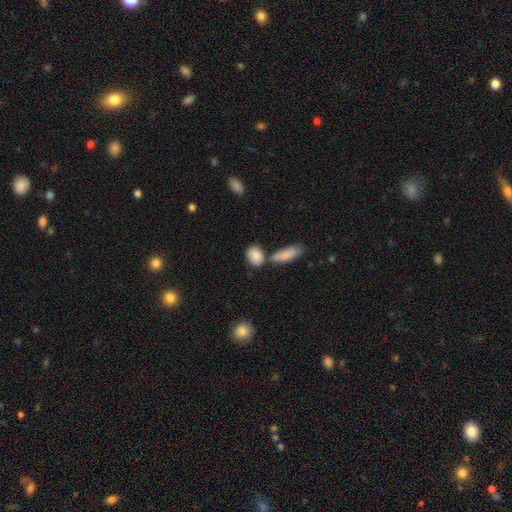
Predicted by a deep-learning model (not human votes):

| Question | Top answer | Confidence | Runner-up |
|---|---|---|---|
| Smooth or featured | smooth | 86% | featured or disk (8%) |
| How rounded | in between | 73% | round (23%) |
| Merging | none | 57% | merger (23%) |